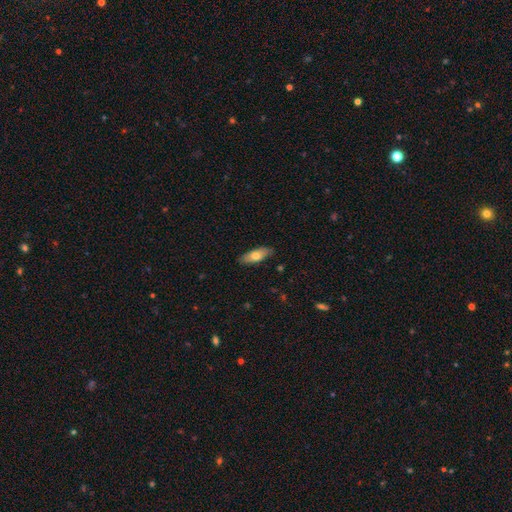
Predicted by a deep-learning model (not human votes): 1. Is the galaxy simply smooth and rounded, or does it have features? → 69% smooth, 25% featured or disk, 6% star or artifact.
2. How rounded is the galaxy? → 71% in between, 27% cigar-shaped, 2% round.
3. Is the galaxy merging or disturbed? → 86% none, 11% minor disturbance, 2% major disturbance, 1% merger.